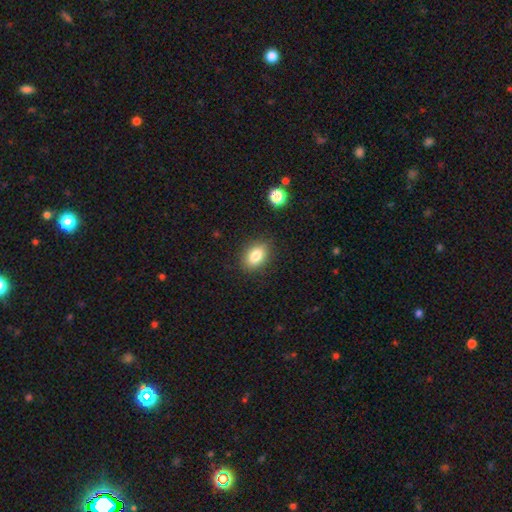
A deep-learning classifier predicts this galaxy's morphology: Smooth or featured? smooth (83%)
How rounded? in between (84%)
Merging? none (87%)